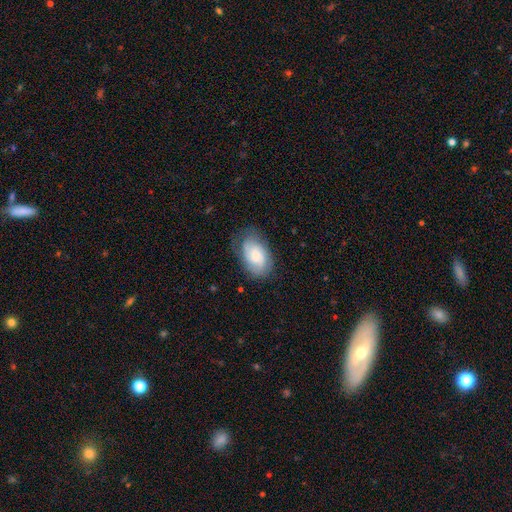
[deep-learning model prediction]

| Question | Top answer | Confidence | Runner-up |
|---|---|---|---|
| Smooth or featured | smooth | 52% | featured or disk (40%) |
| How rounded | in between | 91% | round (8%) |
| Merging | none | 69% | minor disturbance (22%) |